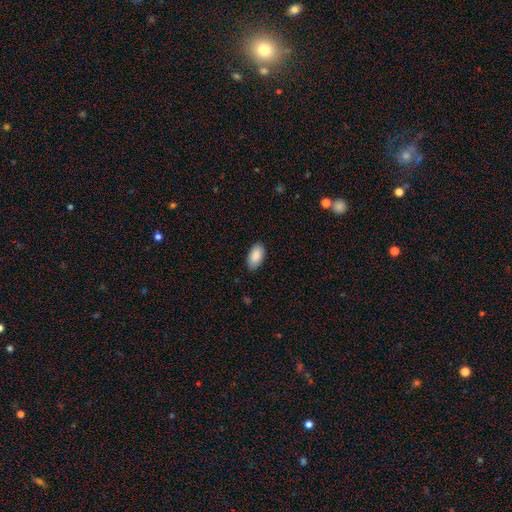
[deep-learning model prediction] Smooth or featured: smooth — 90% (star or artifact — 6%)
How rounded: in between — 96% (round — 3%)
Merging: none — 85% (minor disturbance — 12%)